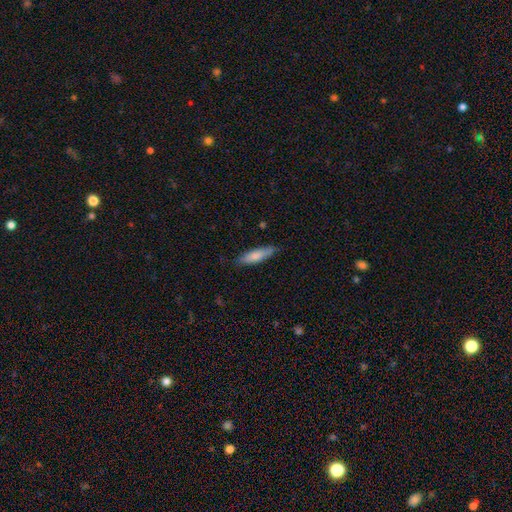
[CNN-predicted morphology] Smooth or featured?
  - smooth: 78% *
  - featured or disk: 17%
  - star or artifact: 5%
How rounded?
  - cigar-shaped: 64% *
  - in between: 34%
  - round: 2%
Merging?
  - none: 79% *
  - minor disturbance: 18%
  - major disturbance: 3%
  - merger: 1%